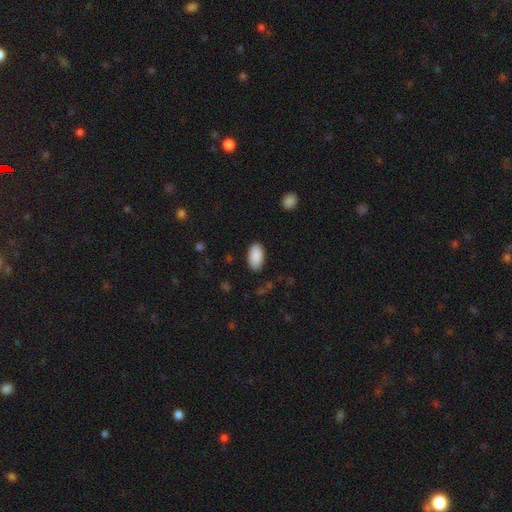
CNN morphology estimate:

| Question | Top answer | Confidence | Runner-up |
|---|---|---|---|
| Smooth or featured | smooth | 90% | star or artifact (7%) |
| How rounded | in between | 95% | round (3%) |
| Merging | none | 86% | minor disturbance (10%) |